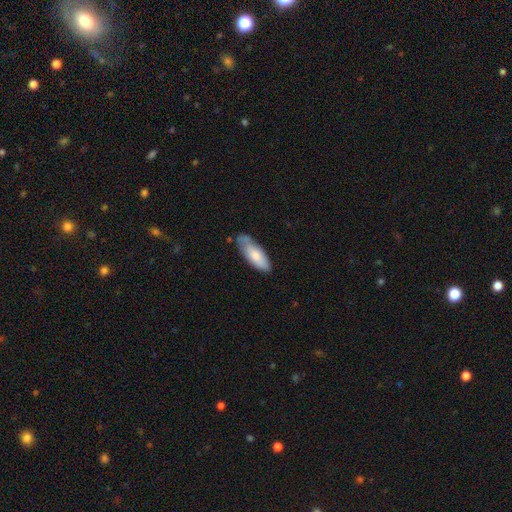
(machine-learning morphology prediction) Smooth or featured: smooth — 75% (featured or disk — 20%)
How rounded: in between — 69% (cigar-shaped — 30%)
Merging: none — 58% (minor disturbance — 31%)